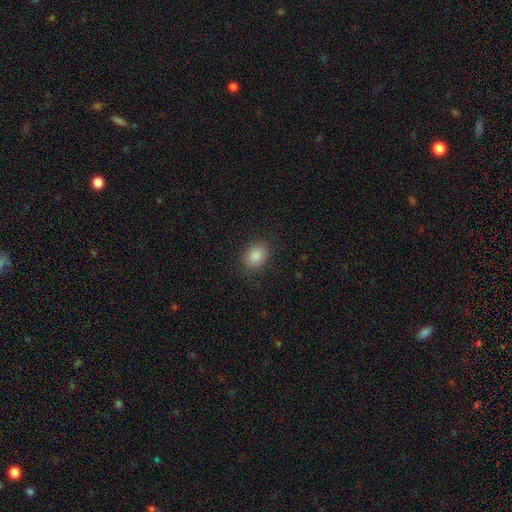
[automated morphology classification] smooth-or-featured: smooth: 86% | star or artifact: 10% | featured or disk: 4%
  how-rounded: in between: 55% | round: 44% | cigar-shaped: 1%
  merging: none: 87% | minor disturbance: 9% | major disturbance: 3% | merger: 1%